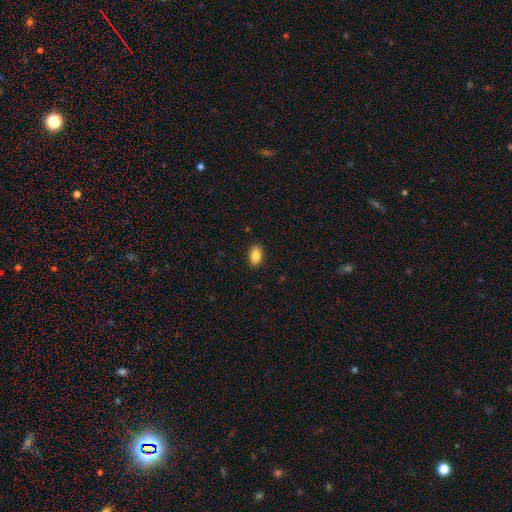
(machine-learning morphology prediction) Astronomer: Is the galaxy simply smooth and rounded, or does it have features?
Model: smooth — 87%.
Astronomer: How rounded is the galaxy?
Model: in between — 88%.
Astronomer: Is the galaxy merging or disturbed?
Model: none — 89%.